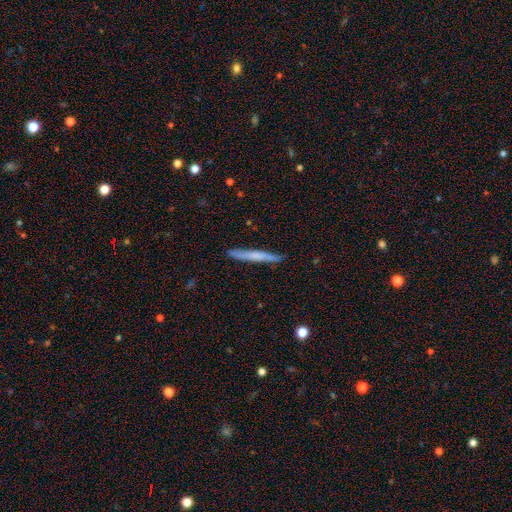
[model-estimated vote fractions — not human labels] This appears to be a smooth galaxy with no disk features (58%) that is cigar-shaped (96%). Merging: none (88%).